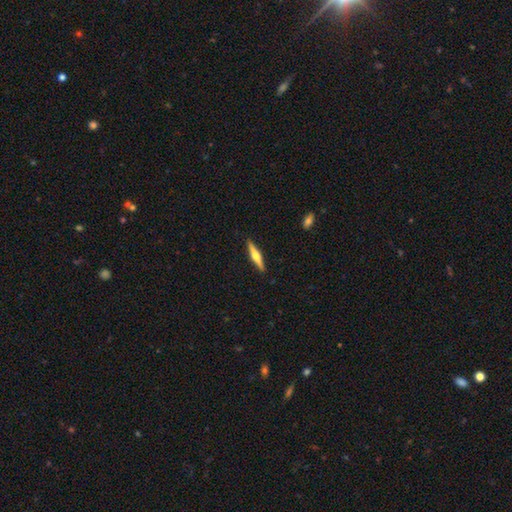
featured or disk 69%, smooth 25%, star or artifact 6%. Down the decision tree: edge-on disk — yes (100%); edge-on bulge — rounded (96%); merging — none (94%).